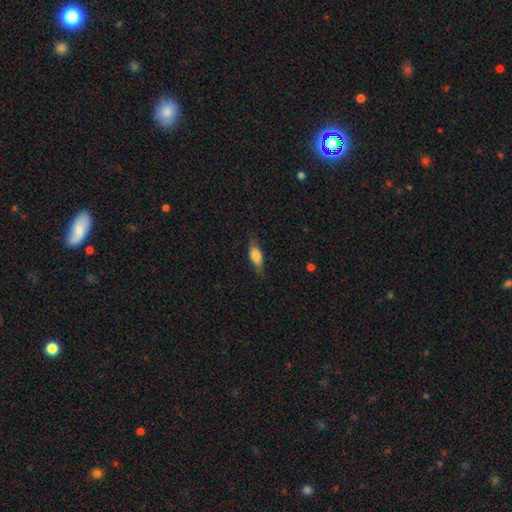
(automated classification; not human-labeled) A smooth galaxy with no disk features (71%) that is in between round and cigar-shaped (70%).

Vote fractions:
- Smooth or featured? smooth: 71% / featured or disk: 22% / star or artifact: 7%
- How rounded? in between: 70% / cigar-shaped: 26% / round: 4%
- Merging? none: 75% / minor disturbance: 19% / major disturbance: 5% / merger: 1%